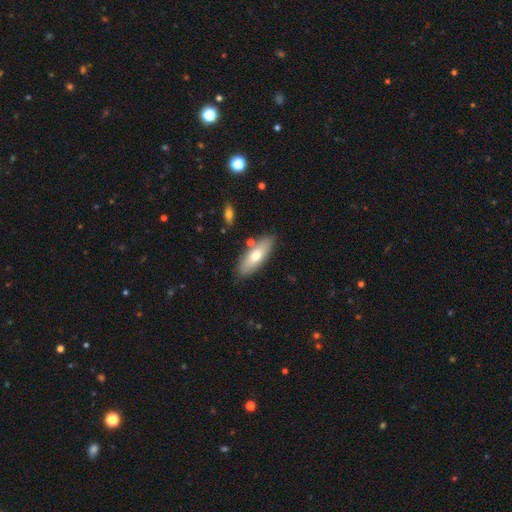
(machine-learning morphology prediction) Smooth or featured? Predicted: smooth (p=0.66). How rounded? Predicted: in between (p=0.64). Merging? Predicted: none (p=0.81).